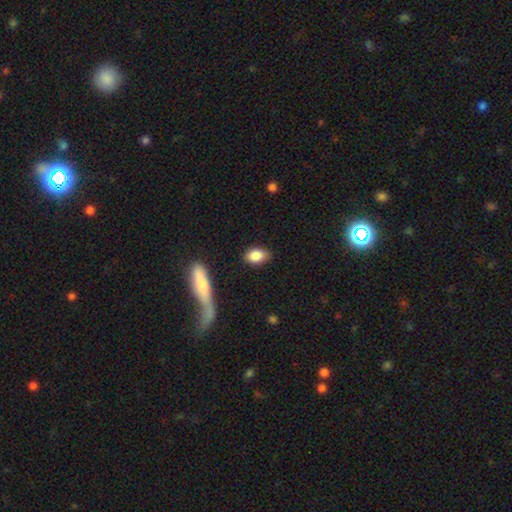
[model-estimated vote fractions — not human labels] smooth-or-featured: smooth: 85% | star or artifact: 7% | featured or disk: 7%
  how-rounded: in between: 87% | round: 11% | cigar-shaped: 3%
  merging: none: 83% | minor disturbance: 12% | major disturbance: 3% | merger: 2%